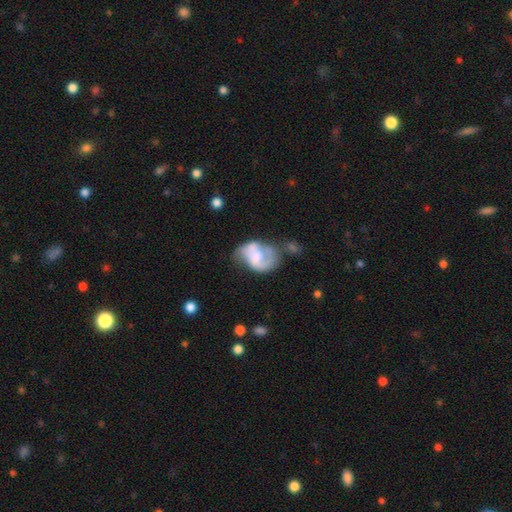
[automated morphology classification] Smooth or featured?
  - featured or disk: 67% *
  - smooth: 26%
  - star or artifact: 7%
Edge-on disk?
  - no: 98% *
  - yes: 2%
Bar?
  - no: 44% *
  - weak: 40%
  - strong: 16%
Spiral arms?
  - yes: 74% *
  - no: 26%
Bulge size?
  - none: 33% *
  - moderate: 27%
  - small: 25%
  - large: 12%
  - dominant: 2%
Merging?
  - none: 32% *
  - major disturbance: 28%
  - minor disturbance: 25%
  - merger: 15%